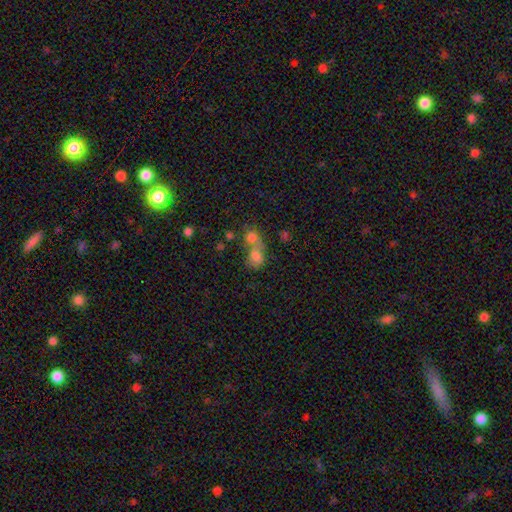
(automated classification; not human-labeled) Q: Smooth or featured?
A: smooth (73%); runner-up: featured or disk (14%)
Q: How rounded?
A: round (50%); runner-up: in between (48%)
Q: Merging?
A: merger (66%); runner-up: none (22%)